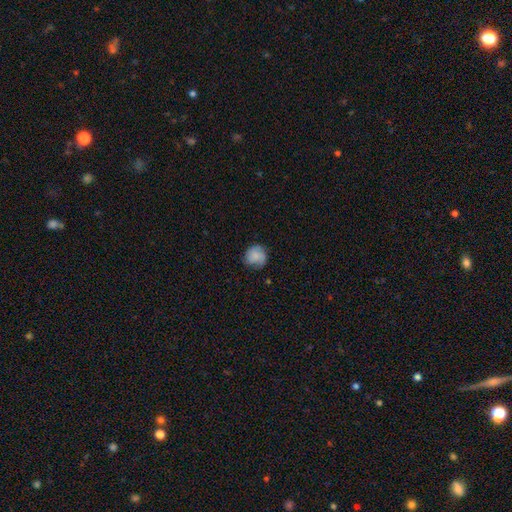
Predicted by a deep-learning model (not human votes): This is likely a smooth galaxy (77%). How rounded: clearly round (85%). Merging: likely none (66%).